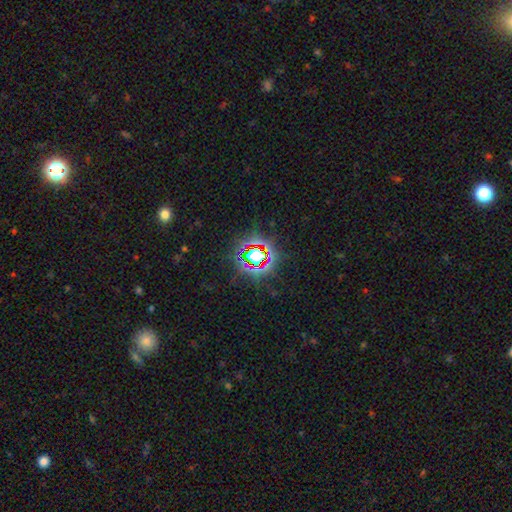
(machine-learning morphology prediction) smooth_or_featured: star or artifact (p=0.75) [alt: smooth p=0.15]